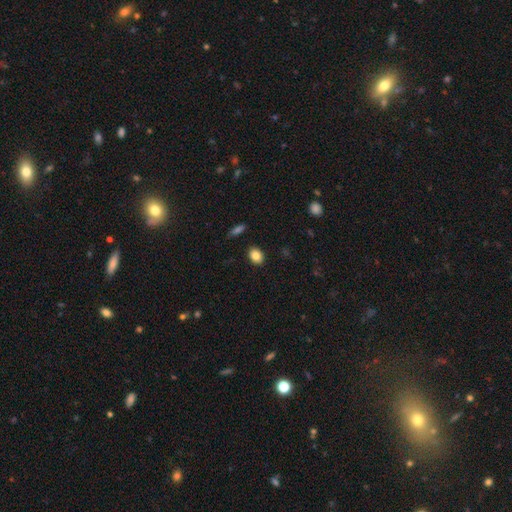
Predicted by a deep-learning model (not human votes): Smooth or featured? smooth (84%)
How rounded? in between (62%)
Merging? none (89%)